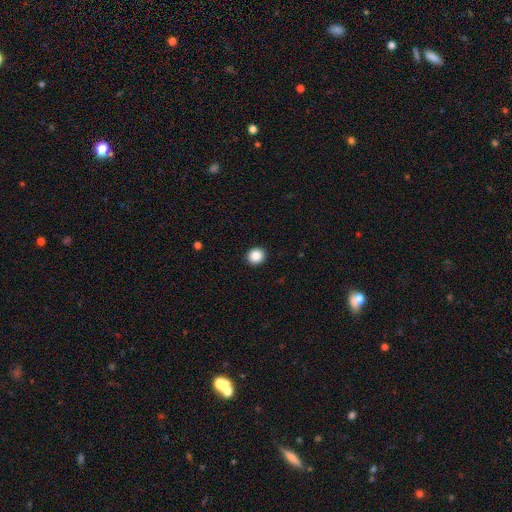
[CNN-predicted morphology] Smooth or featured? Predicted: smooth (p=0.87). How rounded? Predicted: round (p=0.85). Merging? Predicted: none (p=0.93).